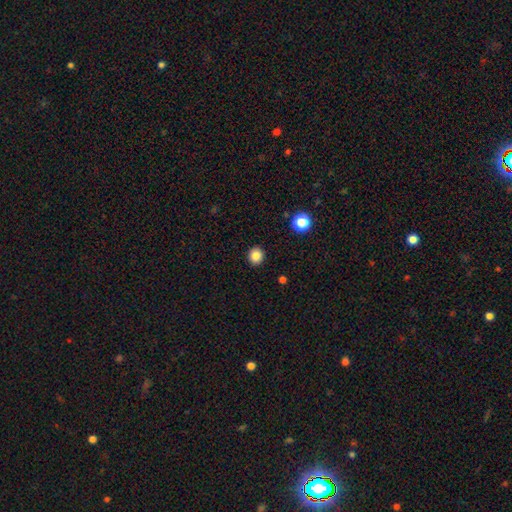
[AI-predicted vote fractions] Morphology: type=smooth (84%); roundness=round (85%); merging=none (92%).